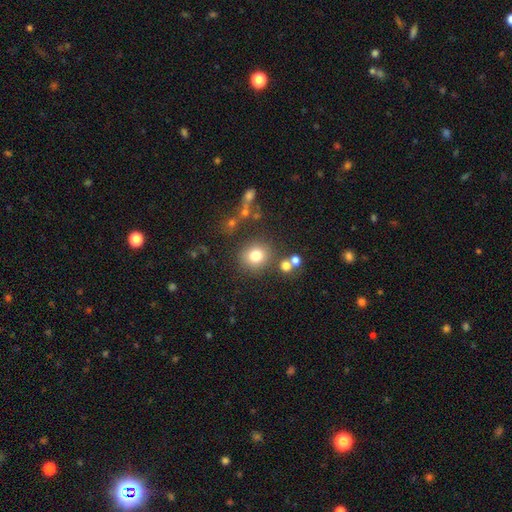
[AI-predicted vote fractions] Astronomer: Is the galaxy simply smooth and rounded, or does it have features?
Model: smooth — 79%.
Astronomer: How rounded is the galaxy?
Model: round — 85%.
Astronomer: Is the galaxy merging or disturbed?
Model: none — 77%.